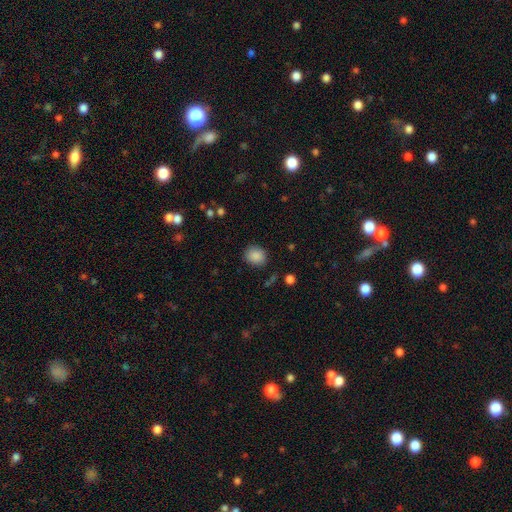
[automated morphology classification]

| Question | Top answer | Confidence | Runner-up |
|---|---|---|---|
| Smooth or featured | smooth | 87% | star or artifact (9%) |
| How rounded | round | 68% | in between (31%) |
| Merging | none | 86% | minor disturbance (10%) |